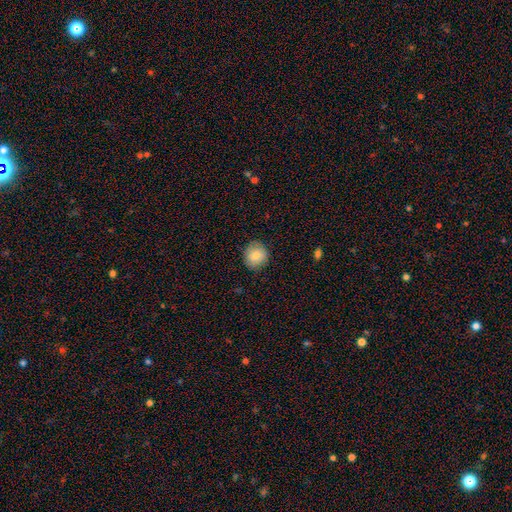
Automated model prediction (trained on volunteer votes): Smooth or featured? Predicted: smooth (p=0.83). How rounded? Predicted: round (p=0.86). Merging? Predicted: none (p=0.85).